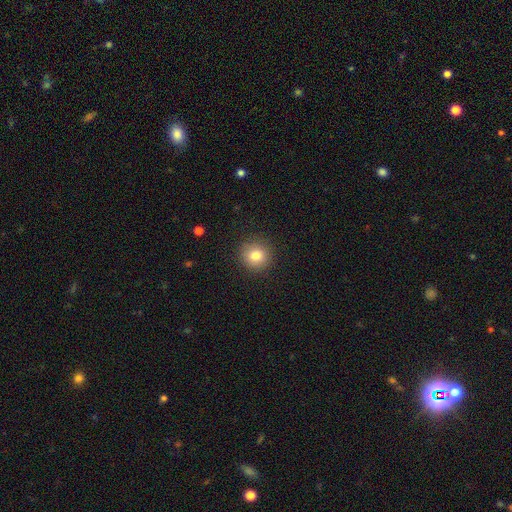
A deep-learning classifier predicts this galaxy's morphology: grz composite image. It shows a smooth galaxy with no disk features (81%) that is round (92%). Merging: none (90%).